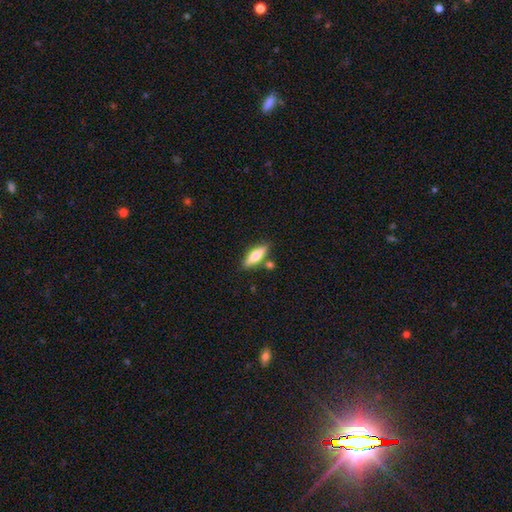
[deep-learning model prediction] Smooth or featured? smooth (61%)
How rounded? in between (49%)
Merging? none (79%)